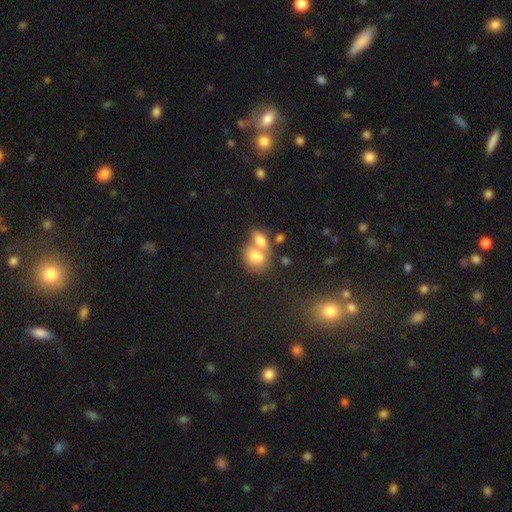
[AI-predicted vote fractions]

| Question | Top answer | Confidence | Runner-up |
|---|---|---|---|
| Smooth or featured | smooth | 74% | featured or disk (16%) |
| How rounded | in between | 68% | round (30%) |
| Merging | merger | 62% | none (25%) |